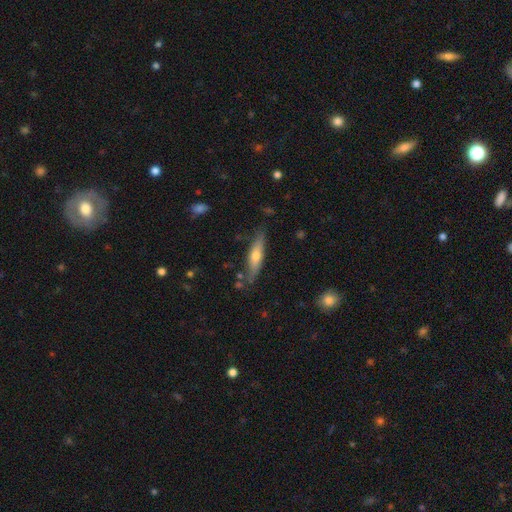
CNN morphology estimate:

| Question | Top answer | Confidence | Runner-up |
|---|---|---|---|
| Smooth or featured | featured or disk | 49% | smooth (44%) |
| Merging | none | 80% | minor disturbance (15%) |